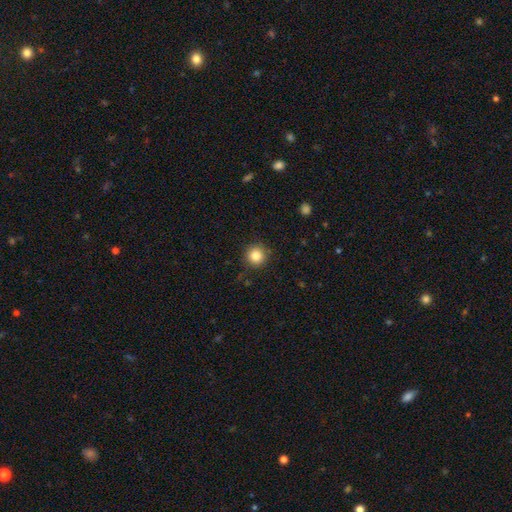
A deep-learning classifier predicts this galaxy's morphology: A smooth galaxy with no disk features (84%) that is round (95%).

Vote fractions:
- Smooth or featured? smooth: 84% / star or artifact: 11% / featured or disk: 5%
- How rounded? round: 95% / in between: 4% / cigar-shaped: 1%
- Merging? none: 89% / minor disturbance: 7% / major disturbance: 2% / merger: 1%